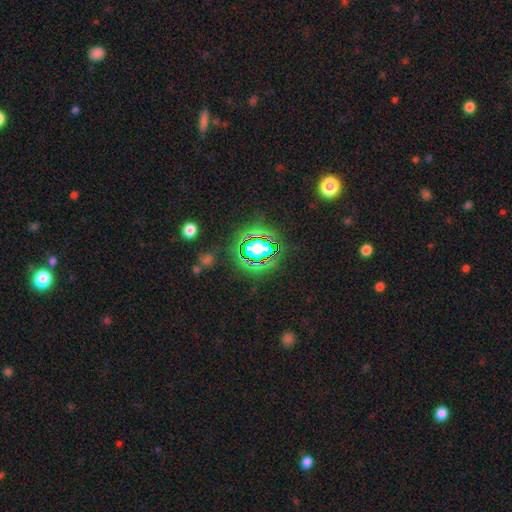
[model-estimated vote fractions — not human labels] Smooth or featured: star or artifact — 79% (smooth — 13%)